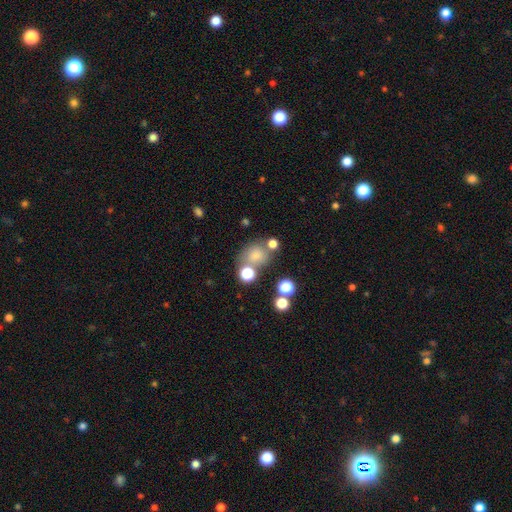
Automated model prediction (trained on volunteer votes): Smooth or featured?
  - smooth: 73% *
  - star or artifact: 17%
  - featured or disk: 11%
How rounded?
  - round: 69% *
  - in between: 30%
  - cigar-shaped: 1%
Merging?
  - none: 59% *
  - merger: 19%
  - minor disturbance: 14%
  - major disturbance: 7%